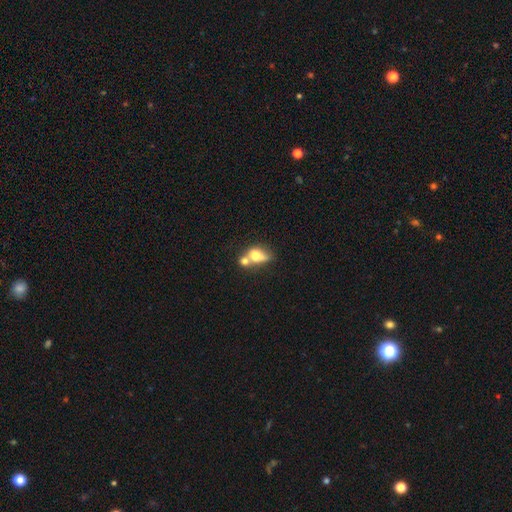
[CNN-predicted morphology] Smooth or featured: smooth — 63% (featured or disk — 26%)
How rounded: in between — 61% (round — 34%)
Merging: merger — 60% (none — 21%)